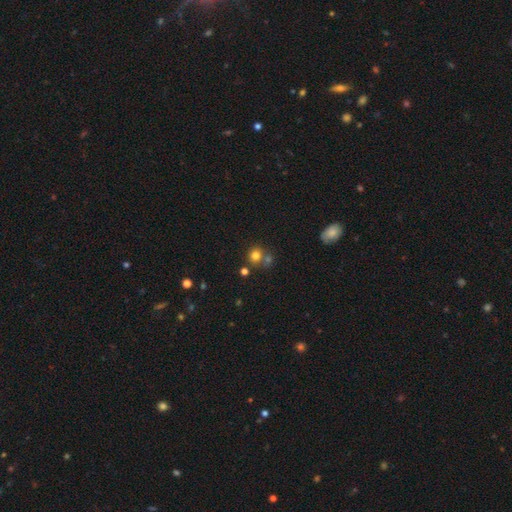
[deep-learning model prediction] Morphology: type=smooth (76%); roundness=round (84%); merging=none (59%).